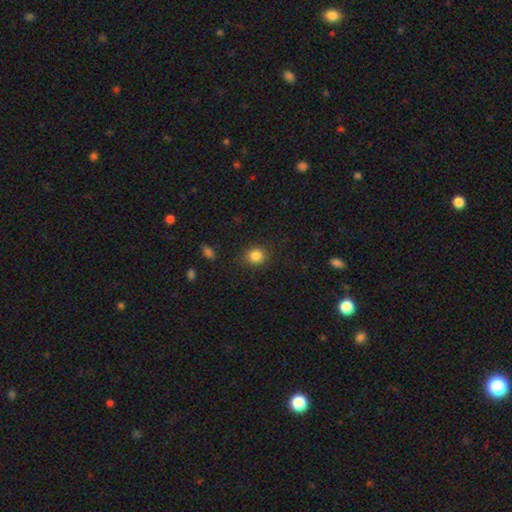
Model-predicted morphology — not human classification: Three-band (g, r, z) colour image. It shows a smooth galaxy with no disk features (84%) that is round (80%). Merging: none (88%).